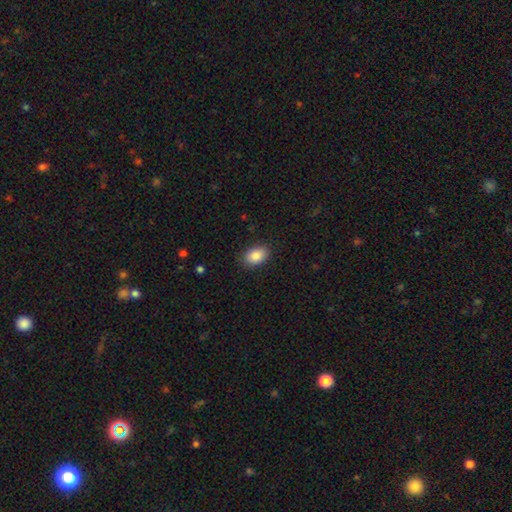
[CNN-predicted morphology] smooth_or_featured: smooth (p=0.87) [alt: star or artifact p=0.08]
how_rounded: in between (p=0.86) [alt: round p=0.13]
merging: none (p=0.87) [alt: minor disturbance p=0.09]